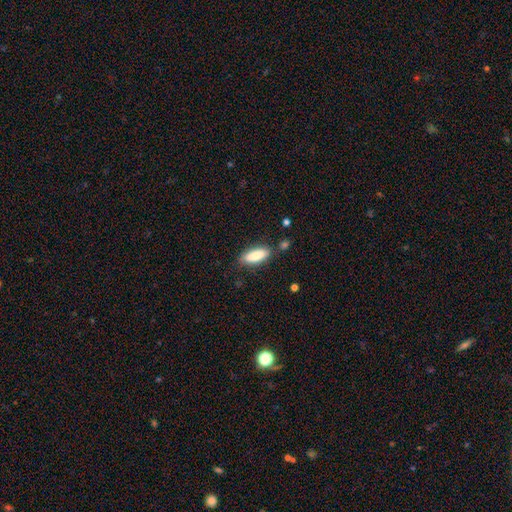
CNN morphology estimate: Smooth or featured: smooth — 84% (featured or disk — 10%)
How rounded: in between — 68% (cigar-shaped — 30%)
Merging: none — 78% (minor disturbance — 15%)